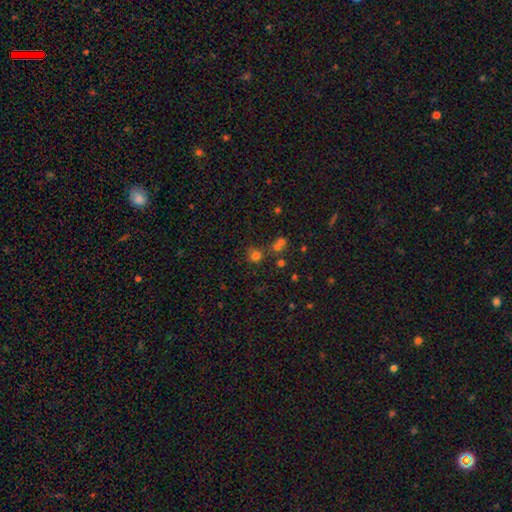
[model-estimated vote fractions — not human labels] Smooth or featured?
  - smooth: 72% *
  - star or artifact: 21%
  - featured or disk: 7%
How rounded?
  - round: 88% *
  - in between: 11%
  - cigar-shaped: 1%
Merging?
  - none: 67% *
  - merger: 18%
  - minor disturbance: 10%
  - major disturbance: 5%